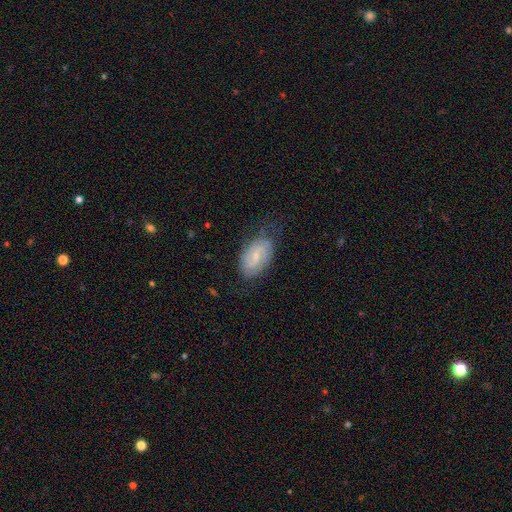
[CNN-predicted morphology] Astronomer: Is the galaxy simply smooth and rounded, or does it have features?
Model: featured or disk — 59%.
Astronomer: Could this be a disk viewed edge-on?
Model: no — 95%.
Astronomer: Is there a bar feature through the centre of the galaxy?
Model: weak — 48% (runner-up: no, 40%).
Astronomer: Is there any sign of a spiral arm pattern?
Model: yes — 83%.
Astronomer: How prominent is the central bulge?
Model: small — 66%.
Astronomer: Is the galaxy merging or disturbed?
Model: none — 64%.